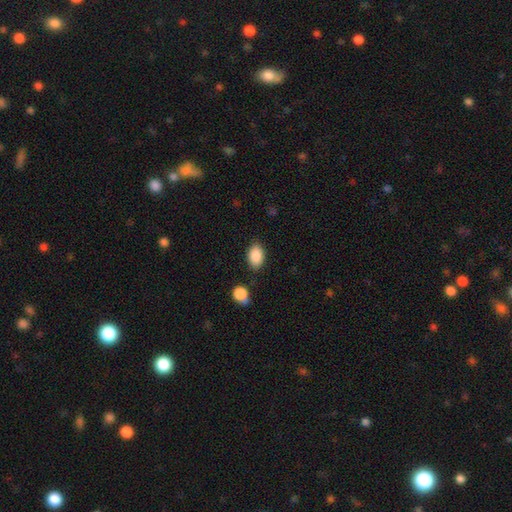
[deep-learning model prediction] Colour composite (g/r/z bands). It shows a smooth galaxy with no disk features (89%) that is in between round and cigar-shaped (86%). Merging: none (82%).